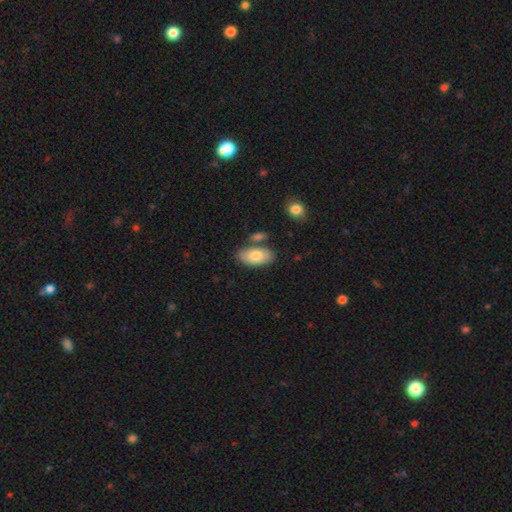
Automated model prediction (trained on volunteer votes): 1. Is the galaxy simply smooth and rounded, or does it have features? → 78% smooth, 16% featured or disk, 6% star or artifact.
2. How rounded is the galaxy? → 94% in between, 3% round, 3% cigar-shaped.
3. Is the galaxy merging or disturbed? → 72% none, 13% minor disturbance, 12% merger, 3% major disturbance.